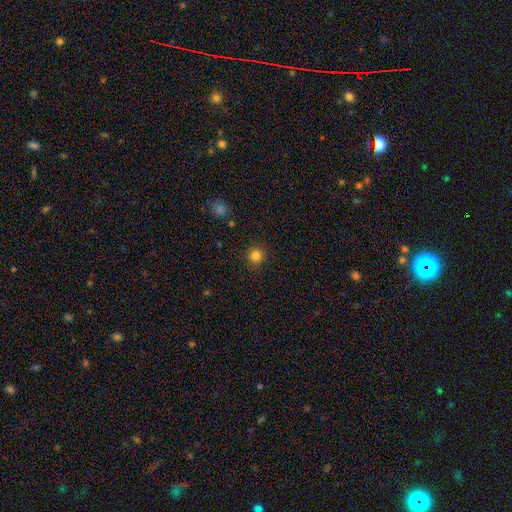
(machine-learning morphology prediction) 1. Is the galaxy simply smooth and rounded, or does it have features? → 83% smooth, 12% star or artifact, 5% featured or disk.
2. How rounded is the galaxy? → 91% round, 8% in between, 1% cigar-shaped.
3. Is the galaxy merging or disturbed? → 89% none, 7% minor disturbance, 2% major disturbance, 1% merger.